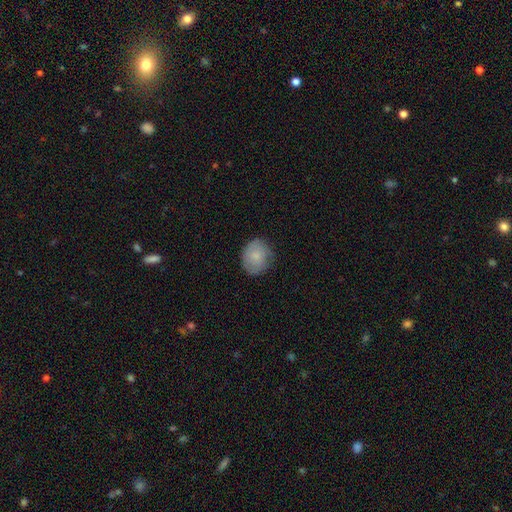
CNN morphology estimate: smooth 77%, featured or disk 16%, star or artifact 7%. Down the decision tree: how rounded — round (59%); merging — none (74%).